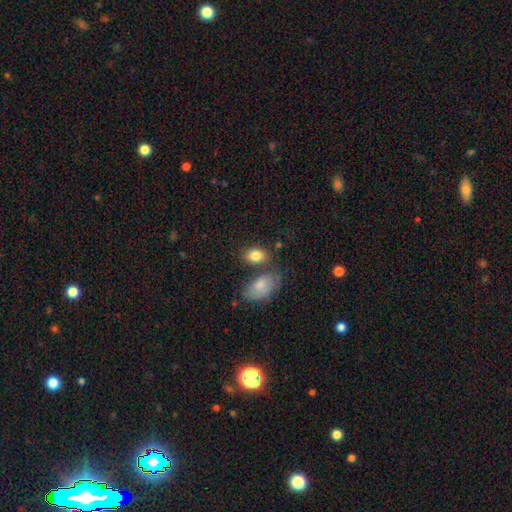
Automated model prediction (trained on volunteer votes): This is clearly a smooth galaxy (82%). How rounded: clearly in between (83%). Merging: likely none (62%).